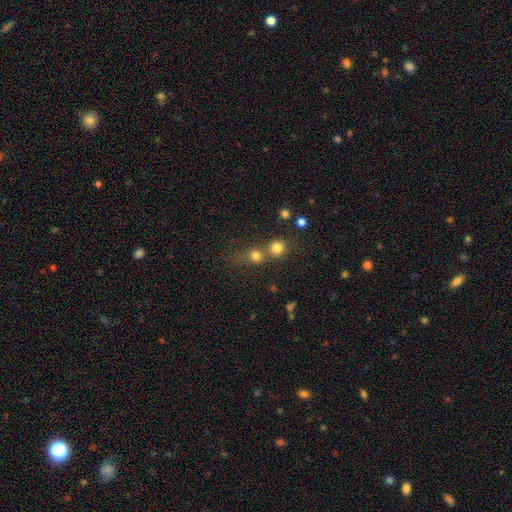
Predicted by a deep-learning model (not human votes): The model was most divided on "merging": merger: 46%, none: 43%, minor disturbance: 7%, major disturbance: 4%. More confident: how rounded — round (86%); smooth or featured — smooth (76%).